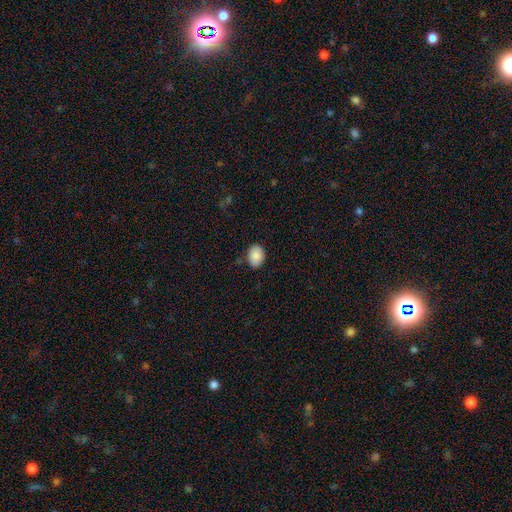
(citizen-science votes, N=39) smooth 90%, star or artifact 8%, featured or disk 3%. Down the decision tree: how rounded — in between (80%); merging — none (78%).